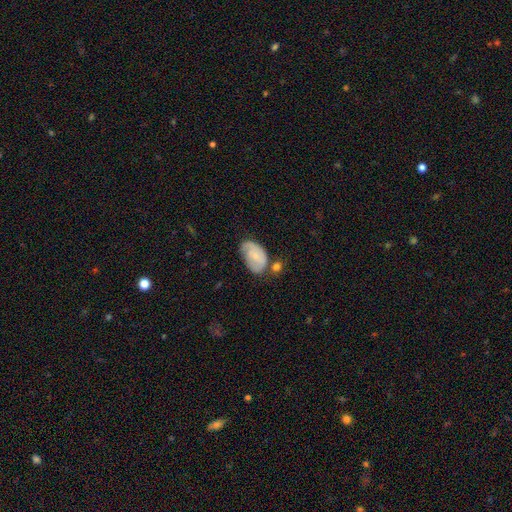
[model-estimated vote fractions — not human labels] Q: Smooth or featured?
A: smooth (49%); runner-up: featured or disk (44%)
Q: Merging?
A: none (40%); runner-up: minor disturbance (33%)